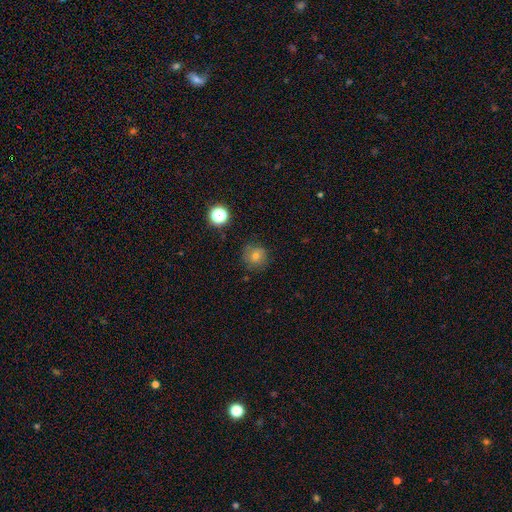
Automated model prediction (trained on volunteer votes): Q: Smooth or featured?
A: smooth (68%); runner-up: star or artifact (19%)
Q: How rounded?
A: round (92%); runner-up: in between (7%)
Q: Merging?
A: none (83%); runner-up: minor disturbance (12%)